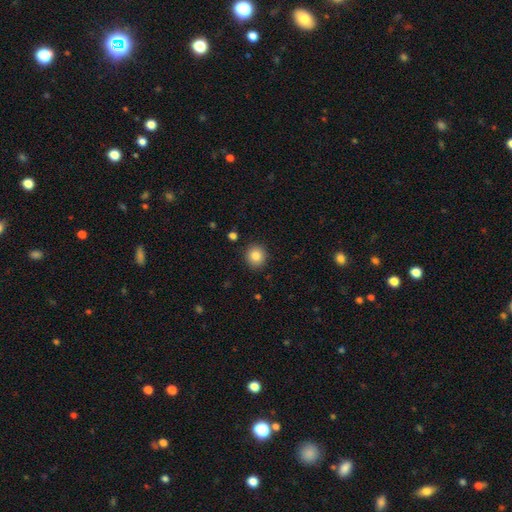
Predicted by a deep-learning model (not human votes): smooth 85%, star or artifact 10%, featured or disk 5%. Down the decision tree: how rounded — round (87%); merging — none (90%).